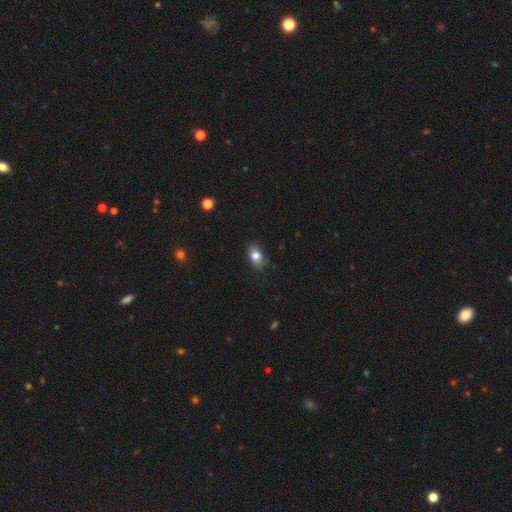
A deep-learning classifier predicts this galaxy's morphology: The model was most divided on "merging": none: 81%, minor disturbance: 15%, major disturbance: 3%, merger: 1%. More confident: how rounded — in between (84%); smooth or featured — smooth (80%).